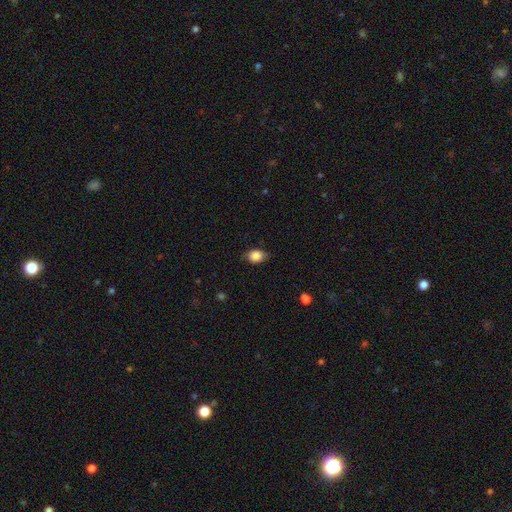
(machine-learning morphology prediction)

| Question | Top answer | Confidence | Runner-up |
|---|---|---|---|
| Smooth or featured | smooth | 85% | star or artifact (8%) |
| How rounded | in between | 69% | round (29%) |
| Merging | none | 76% | minor disturbance (19%) |